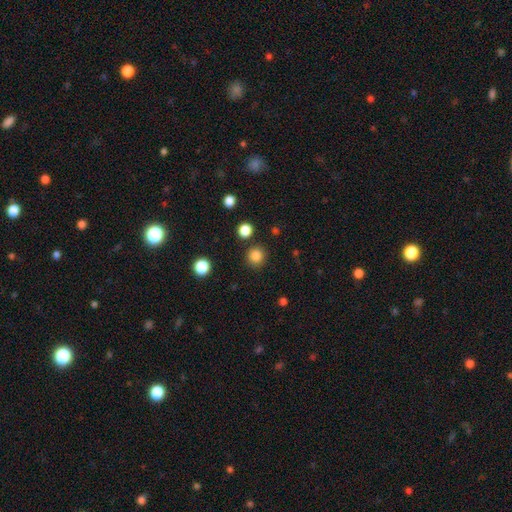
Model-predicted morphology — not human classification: Smooth or featured? smooth (84%)
How rounded? round (94%)
Merging? none (90%)